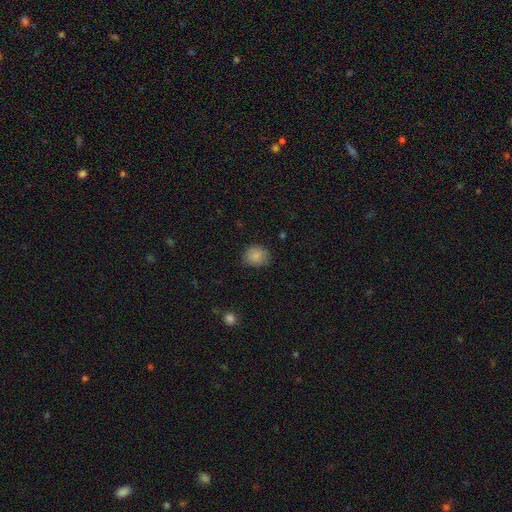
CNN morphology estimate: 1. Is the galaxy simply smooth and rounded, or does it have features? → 86% smooth, 9% star or artifact, 5% featured or disk.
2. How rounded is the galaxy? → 64% round, 35% in between, 1% cigar-shaped.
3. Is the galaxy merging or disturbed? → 76% none, 19% minor disturbance, 4% major disturbance, 1% merger.